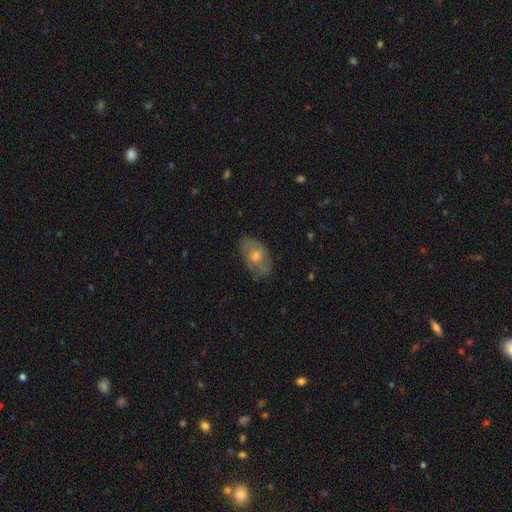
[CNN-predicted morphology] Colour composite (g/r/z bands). It shows a smooth galaxy with no disk features (50%) that is in between round and cigar-shaped (87%). Merging: none (67%).